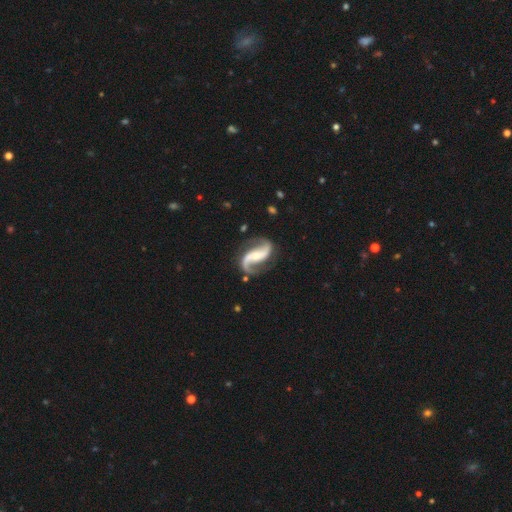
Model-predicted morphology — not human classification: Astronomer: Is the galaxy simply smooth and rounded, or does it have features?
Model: featured or disk — 93%.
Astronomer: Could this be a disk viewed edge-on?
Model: no — 98%.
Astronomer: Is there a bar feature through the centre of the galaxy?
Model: strong — 35% (runner-up: no, 34%).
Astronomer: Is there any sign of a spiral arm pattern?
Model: yes — 98%.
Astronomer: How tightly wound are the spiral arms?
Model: loose — 52% (runner-up: medium, 38%).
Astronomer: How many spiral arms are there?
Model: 2 — 94%.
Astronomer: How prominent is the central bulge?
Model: small — 50% (runner-up: moderate, 42%).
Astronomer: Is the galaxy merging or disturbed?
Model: none — 79%.